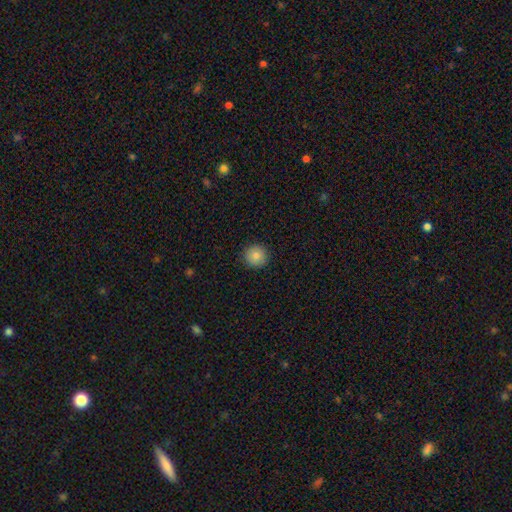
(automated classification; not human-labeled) Smooth or featured? Predicted: smooth (p=0.83). How rounded? Predicted: round (p=0.95). Merging? Predicted: none (p=0.92).